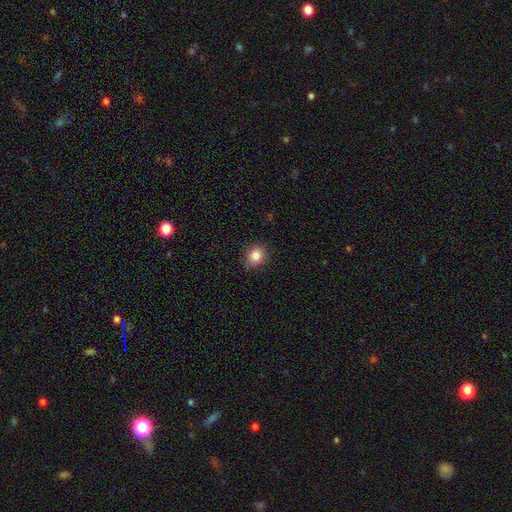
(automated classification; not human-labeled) A smooth galaxy with no disk features (84%) that is round (61%).

Vote fractions:
- Smooth or featured? smooth: 84% / star or artifact: 10% / featured or disk: 6%
- How rounded? round: 61% / in between: 38% / cigar-shaped: 1%
- Merging? none: 86% / minor disturbance: 10% / major disturbance: 2% / merger: 1%